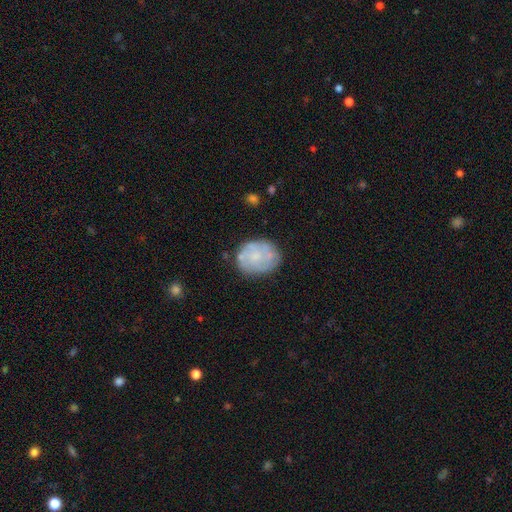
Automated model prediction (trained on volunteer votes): Smooth or featured? Predicted: featured or disk (p=0.48). Merging? Predicted: none (p=0.70).